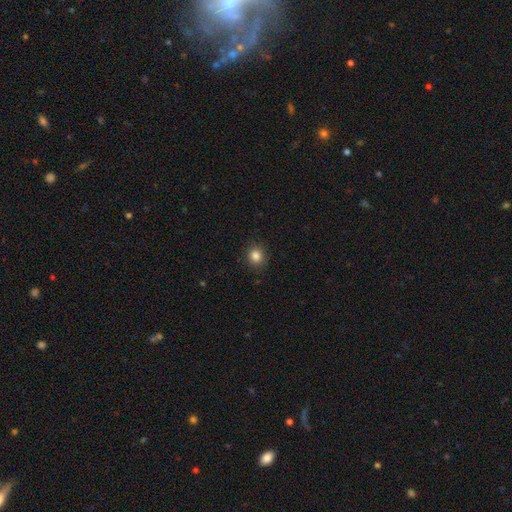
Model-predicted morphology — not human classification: Smooth or featured? Predicted: smooth (p=0.85). How rounded? Predicted: round (p=0.85). Merging? Predicted: none (p=0.90).